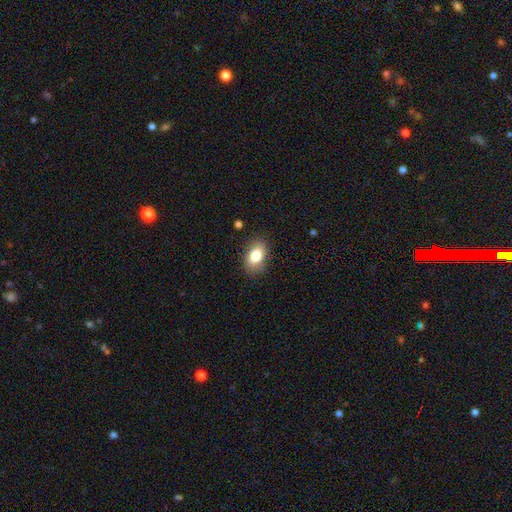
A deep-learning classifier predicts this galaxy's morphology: Overall: smooth (80%). How rounded: in between (87%). Merging: none (83%).